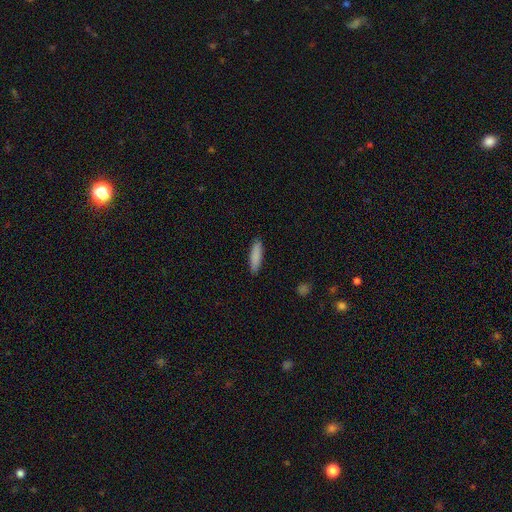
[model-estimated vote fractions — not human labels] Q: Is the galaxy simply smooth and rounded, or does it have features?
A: smooth — 87%.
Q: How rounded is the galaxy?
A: cigar-shaped — 66%.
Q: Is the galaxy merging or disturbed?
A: none — 89%.